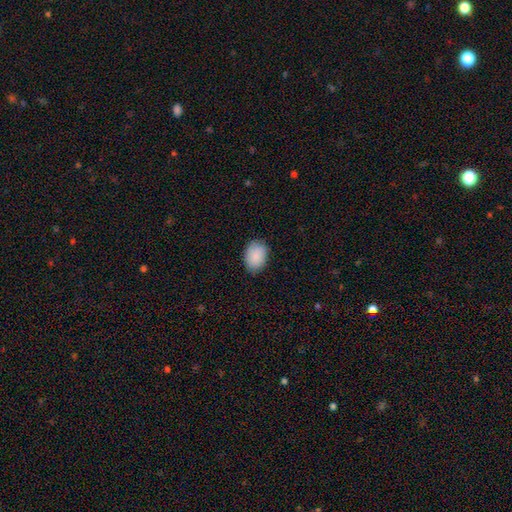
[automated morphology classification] type=smooth (90%); roundness=in between (82%); merging=none (83%).